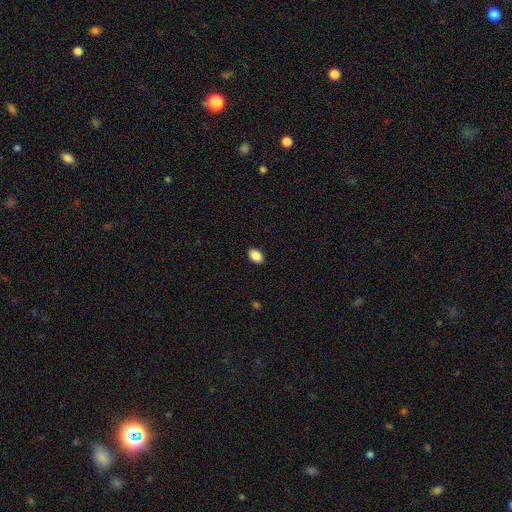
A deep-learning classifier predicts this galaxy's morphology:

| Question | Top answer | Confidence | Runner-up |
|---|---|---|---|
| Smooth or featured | smooth | 89% | star or artifact (8%) |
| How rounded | in between | 87% | round (12%) |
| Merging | none | 90% | minor disturbance (7%) |